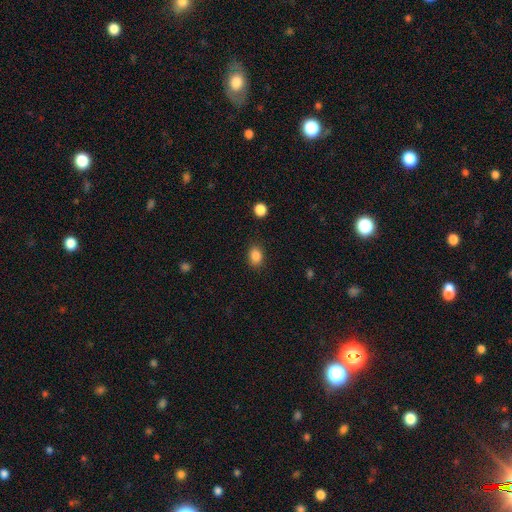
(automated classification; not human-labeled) This appears to be a smooth galaxy with no disk features (86%) that is in between round and cigar-shaped (64%). Merging: none (85%).